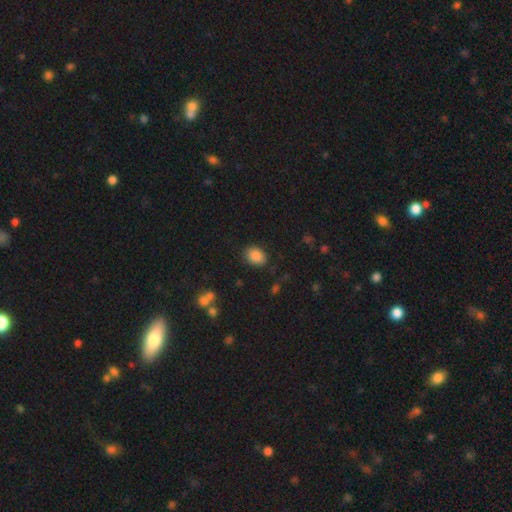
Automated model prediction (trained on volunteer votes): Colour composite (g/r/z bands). It shows a smooth galaxy with no disk features (86%) that is in between round and cigar-shaped (68%). Merging: none (83%).